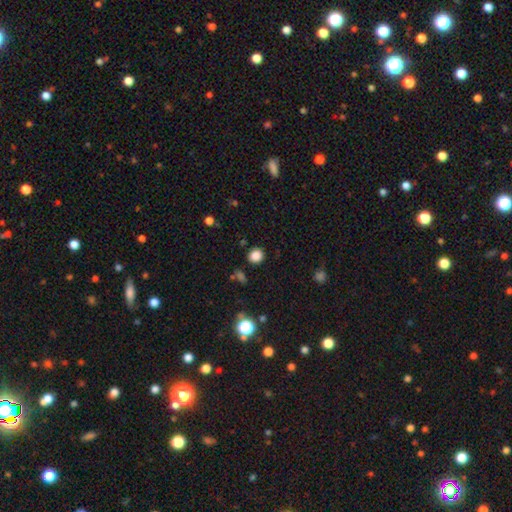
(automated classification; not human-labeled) This appears to be a smooth galaxy with no disk features (84%) that is round (82%). Merging: none (88%).